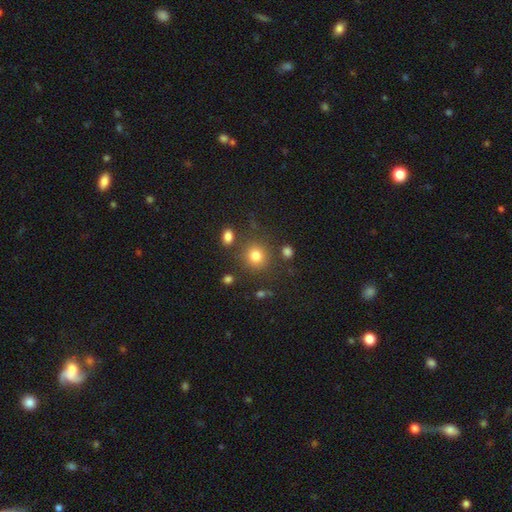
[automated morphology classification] A smooth galaxy with no disk features (80%) that is round (86%). Merging: none (80%).